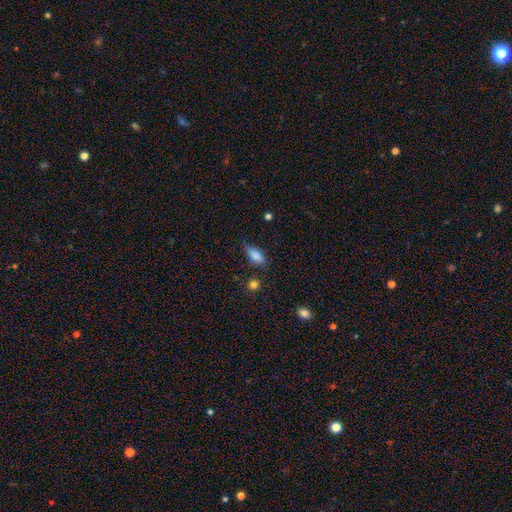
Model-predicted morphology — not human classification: type=smooth (85%); roundness=in between (85%); merging=none (64%).